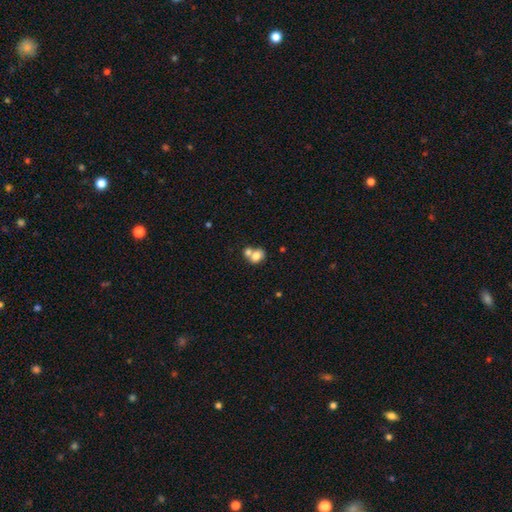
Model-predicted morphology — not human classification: Overall: smooth (75%). How rounded: round (50%; in between 49%). Merging: merger (59%; none 29%).